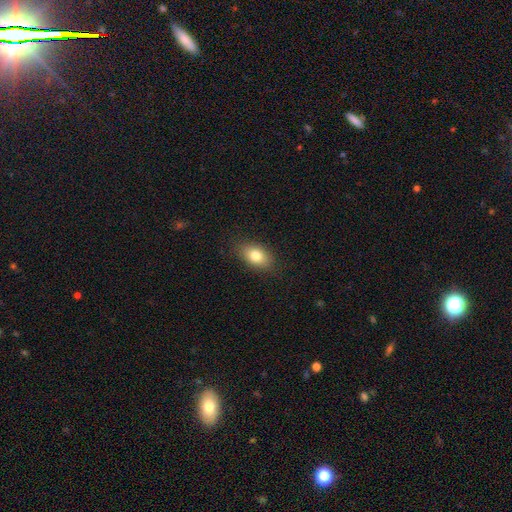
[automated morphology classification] Overall: smooth (79%). How rounded: in between (87%). Merging: none (86%).